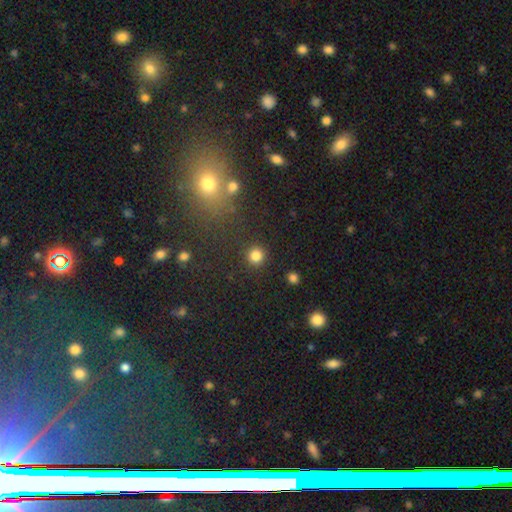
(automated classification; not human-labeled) Overall: smooth (83%). How rounded: round (93%). Merging: none (90%).